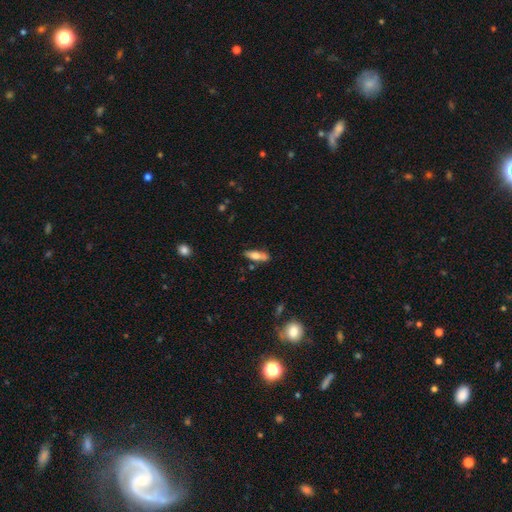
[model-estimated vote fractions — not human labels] Q: Smooth or featured?
A: smooth (66%); runner-up: featured or disk (27%)
Q: How rounded?
A: in between (58%); runner-up: cigar-shaped (39%)
Q: Merging?
A: none (67%); runner-up: minor disturbance (19%)